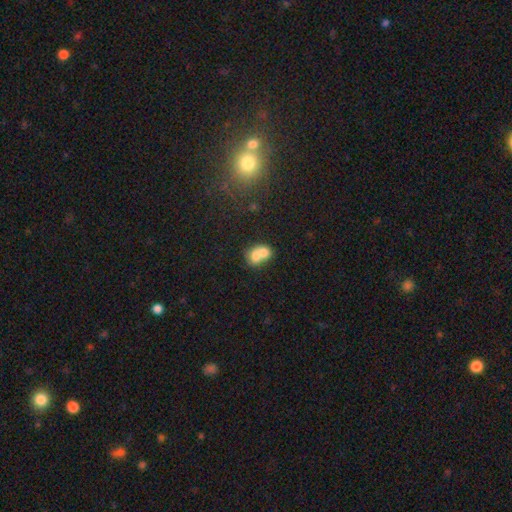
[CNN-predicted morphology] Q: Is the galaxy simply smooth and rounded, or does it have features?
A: smooth — 69%.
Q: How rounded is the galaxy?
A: round — 52%.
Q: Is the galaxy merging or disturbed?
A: merger — 74%.